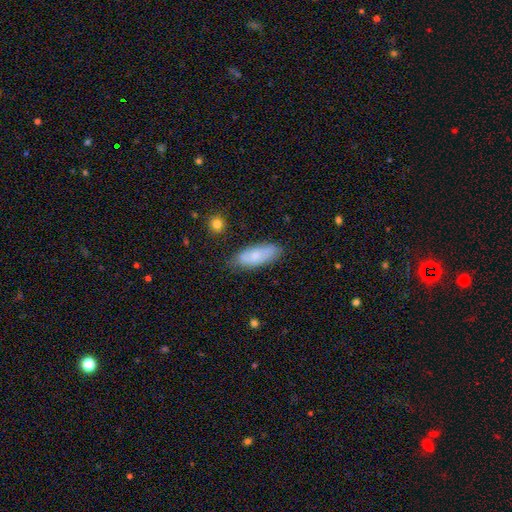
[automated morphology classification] smooth_or_featured: smooth (p=0.74) [alt: featured or disk p=0.20]
how_rounded: in between (p=0.69) [alt: cigar-shaped p=0.29]
merging: none (p=0.77) [alt: minor disturbance p=0.18]